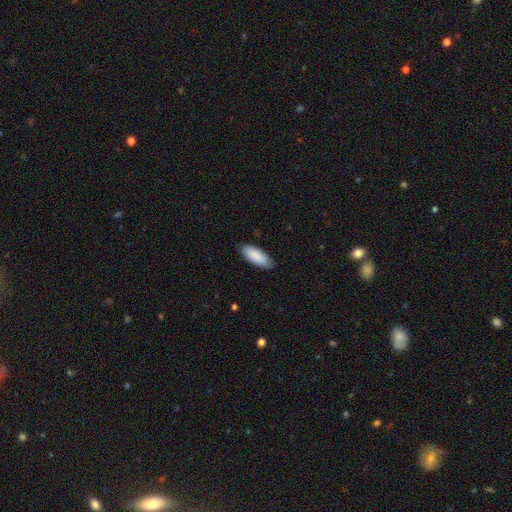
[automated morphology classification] Q: Smooth or featured?
A: smooth (89%); runner-up: featured or disk (6%)
Q: How rounded?
A: in between (79%); runner-up: cigar-shaped (19%)
Q: Merging?
A: none (85%); runner-up: minor disturbance (12%)